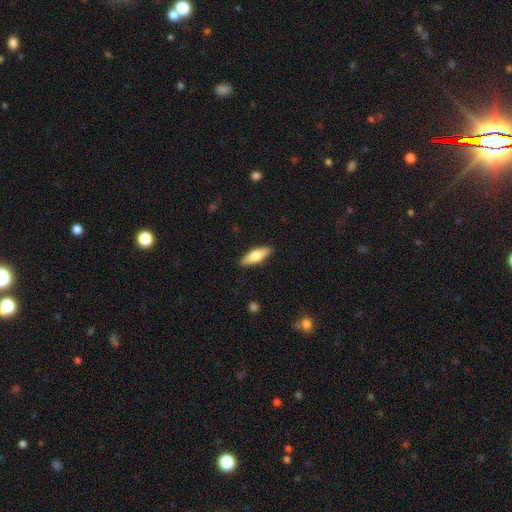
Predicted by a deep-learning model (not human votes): A smooth galaxy with no disk features (61%) that is in between round and cigar-shaped (50%).

Vote fractions:
- Smooth or featured? smooth: 61% / featured or disk: 34% / star or artifact: 6%
- How rounded? in between: 50% / cigar-shaped: 47% / round: 2%
- Merging? none: 89% / minor disturbance: 8% / major disturbance: 2% / merger: 1%